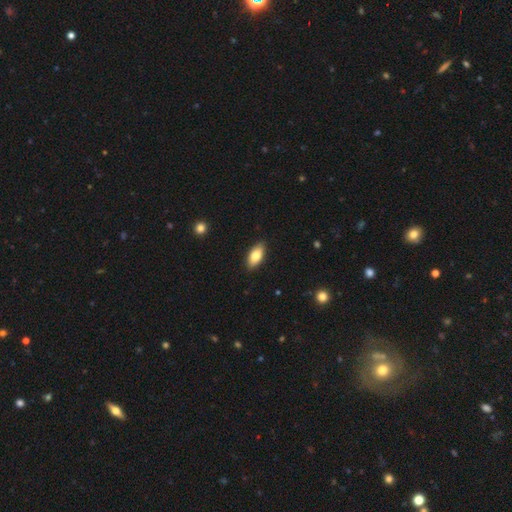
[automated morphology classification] A smooth galaxy with no disk features (82%) that is in between round and cigar-shaped (91%). Merging: none (88%).